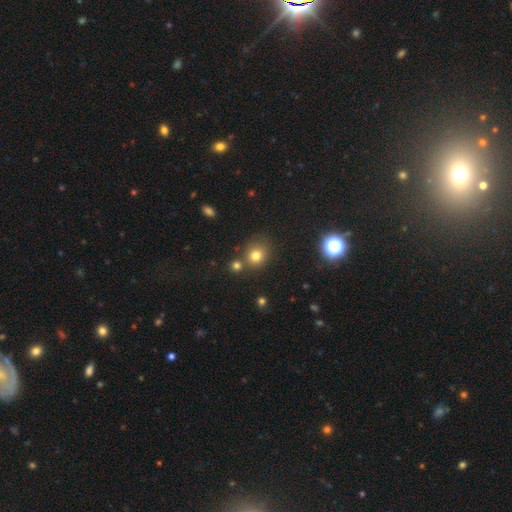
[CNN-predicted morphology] Smooth or featured? Predicted: smooth (p=0.75). How rounded? Predicted: round (p=0.81). Merging? Predicted: none (p=0.68).